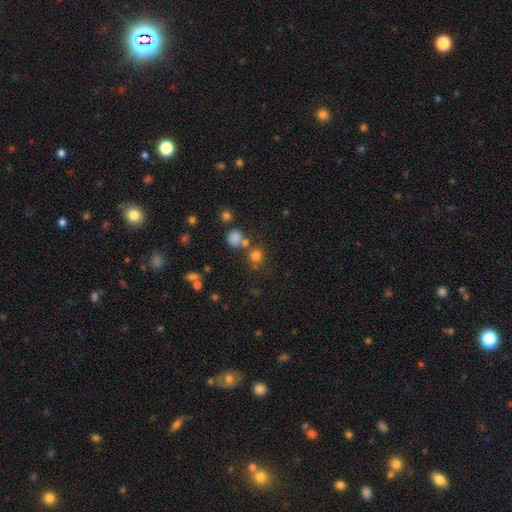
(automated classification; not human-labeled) smooth_or_featured: smooth (p=0.75) [alt: star or artifact p=0.18]
how_rounded: round (p=0.88) [alt: in between p=0.11]
merging: none (p=0.68) [alt: merger p=0.18]